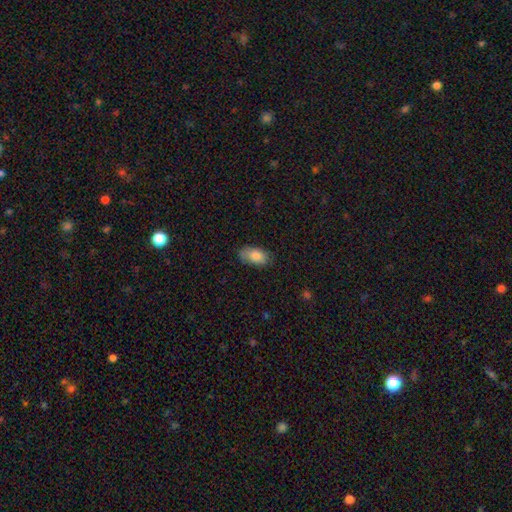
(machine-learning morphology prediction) The model was most divided on "merging": none: 76%, minor disturbance: 19%, major disturbance: 4%, merger: 1%. More confident: how rounded — in between (93%); smooth or featured — smooth (84%).